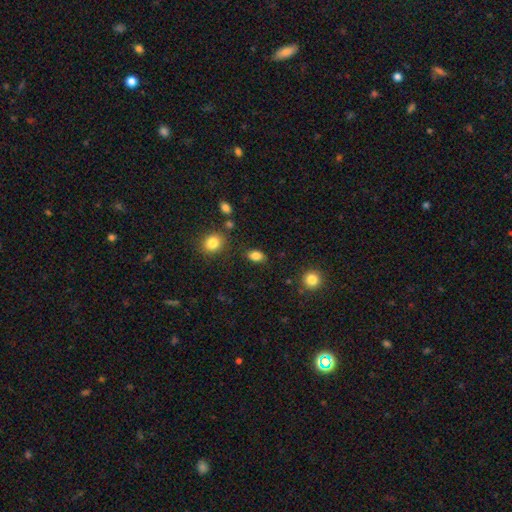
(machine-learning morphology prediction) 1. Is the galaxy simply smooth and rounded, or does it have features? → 84% smooth, 10% star or artifact, 6% featured or disk.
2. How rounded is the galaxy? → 83% in between, 15% round, 3% cigar-shaped.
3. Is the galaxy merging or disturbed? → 81% none, 13% minor disturbance, 3% major disturbance, 3% merger.